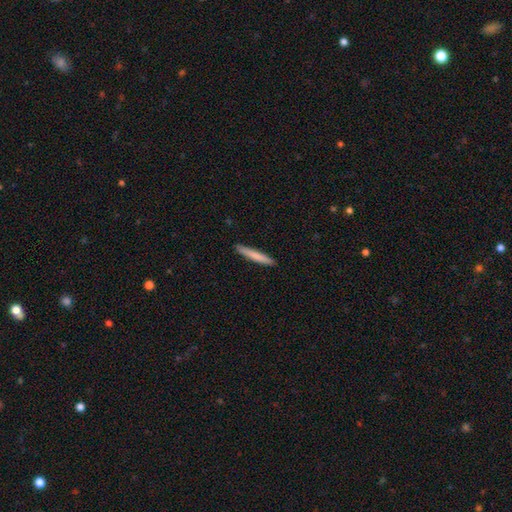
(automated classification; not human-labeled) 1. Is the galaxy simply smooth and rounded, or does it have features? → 77% smooth, 18% featured or disk, 6% star or artifact.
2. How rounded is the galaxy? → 96% cigar-shaped, 3% in between, 1% round.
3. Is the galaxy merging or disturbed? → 91% none, 7% minor disturbance, 1% major disturbance, 1% merger.